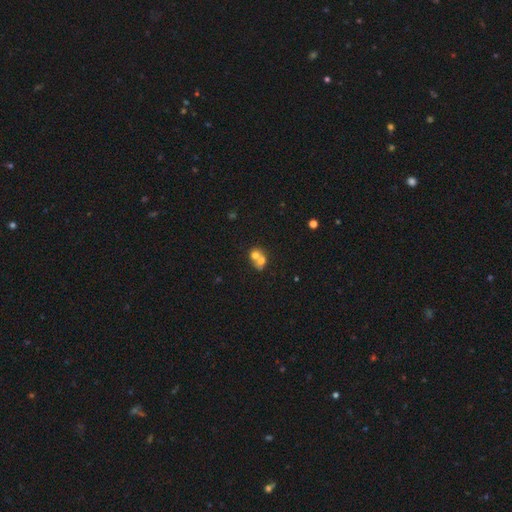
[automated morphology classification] Smooth or featured?
  - smooth: 64% *
  - featured or disk: 24%
  - star or artifact: 12%
How rounded?
  - round: 65% *
  - in between: 34%
  - cigar-shaped: 1%
Merging?
  - merger: 69% *
  - none: 23%
  - minor disturbance: 5%
  - major disturbance: 3%